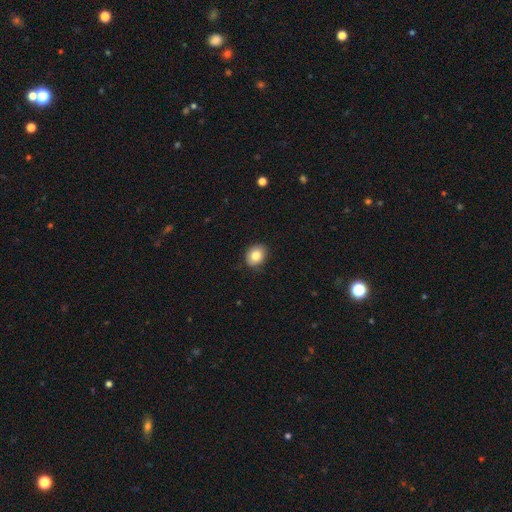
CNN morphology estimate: type=smooth (83%); roundness=round (53%); merging=none (88%).